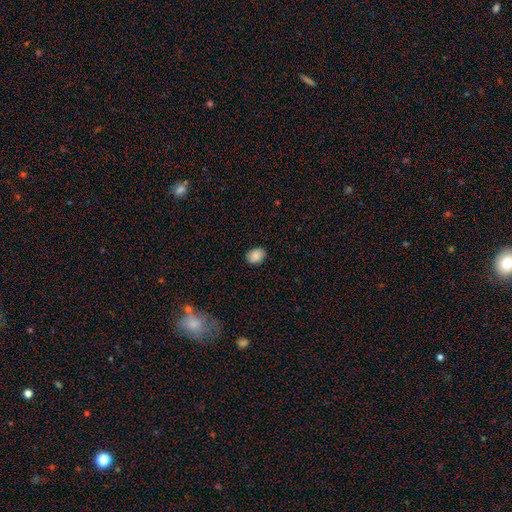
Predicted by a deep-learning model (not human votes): smooth 87%, star or artifact 8%, featured or disk 5%. Down the decision tree: how rounded — in between (63%); merging — none (87%).